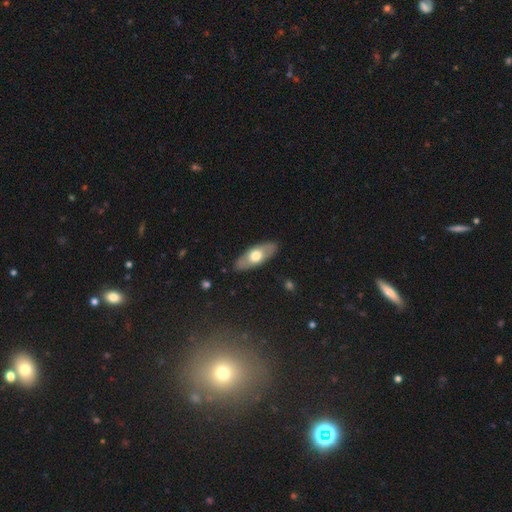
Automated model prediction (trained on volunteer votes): The model was most divided on "smooth or featured": smooth: 53%, featured or disk: 42%, star or artifact: 5%. More confident: merging — none (87%); how rounded — in between (76%).